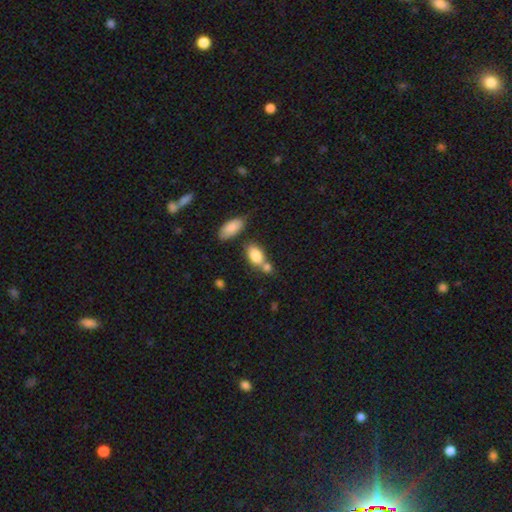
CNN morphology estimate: smooth_or_featured: smooth (p=0.83) [alt: featured or disk p=0.09]
how_rounded: in between (p=0.85) [alt: round p=0.12]
merging: none (p=0.43) [alt: merger p=0.38]